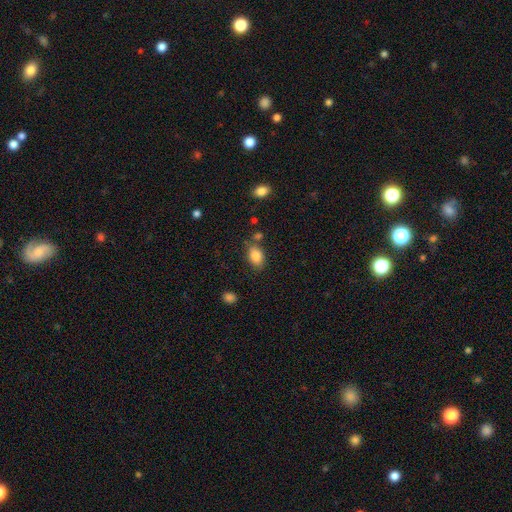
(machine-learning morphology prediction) This is clearly a smooth galaxy (85%). How rounded: clearly in between (86%). Merging: likely none (71%).